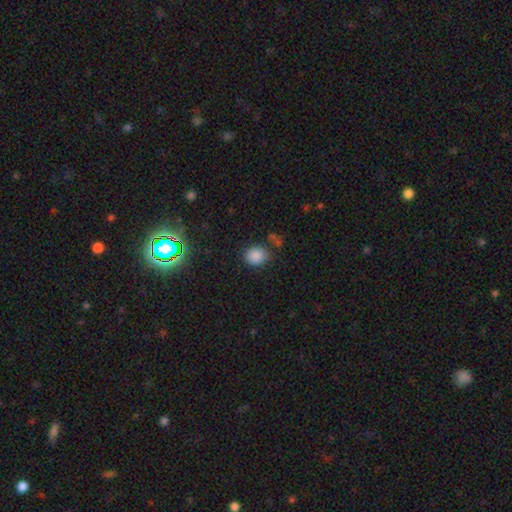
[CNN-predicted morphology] This is clearly a smooth galaxy (85%). How rounded: likely round (62%). Merging: likely none (79%).